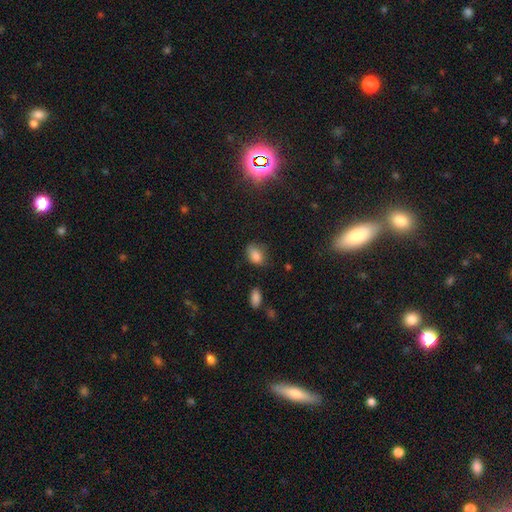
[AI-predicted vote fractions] smooth 84%, star or artifact 10%, featured or disk 6%. Down the decision tree: how rounded — in between (79%); merging — none (61%).